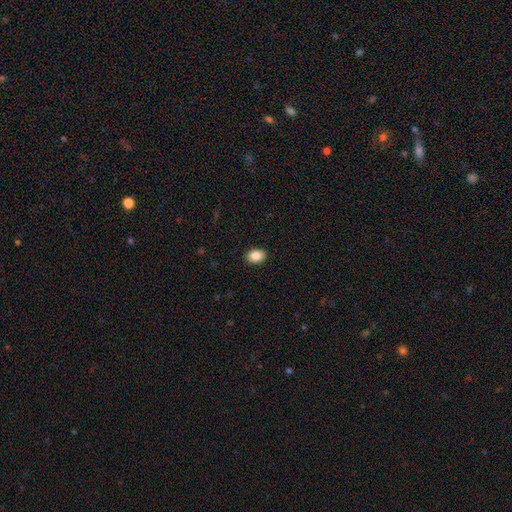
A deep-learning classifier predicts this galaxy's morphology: Smooth or featured?
  - smooth: 88% *
  - star or artifact: 8%
  - featured or disk: 4%
How rounded?
  - in between: 72% *
  - round: 27%
  - cigar-shaped: 1%
Merging?
  - none: 90% *
  - minor disturbance: 7%
  - major disturbance: 2%
  - merger: 1%